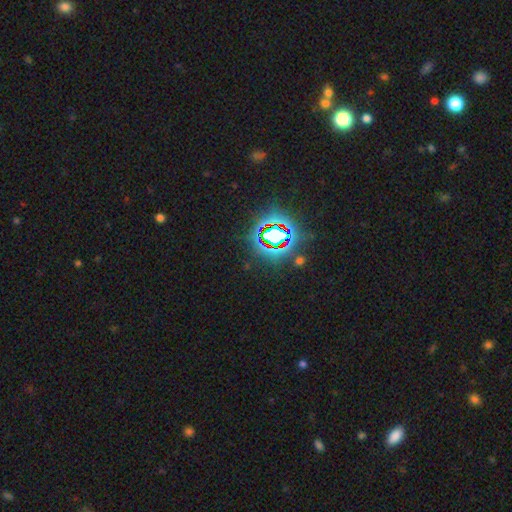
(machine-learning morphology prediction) The model was most divided on "smooth or featured": star or artifact: 80%, smooth: 12%, featured or disk: 8%.